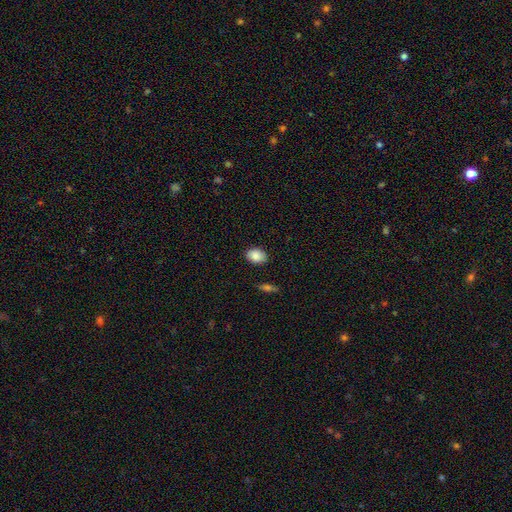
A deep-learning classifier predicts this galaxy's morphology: A smooth galaxy with no disk features (86%) that is in between round and cigar-shaped (76%).

Vote fractions:
- Smooth or featured? smooth: 86% / star or artifact: 8% / featured or disk: 6%
- How rounded? in between: 76% / round: 23% / cigar-shaped: 1%
- Merging? none: 85% / minor disturbance: 12% / major disturbance: 2% / merger: 1%